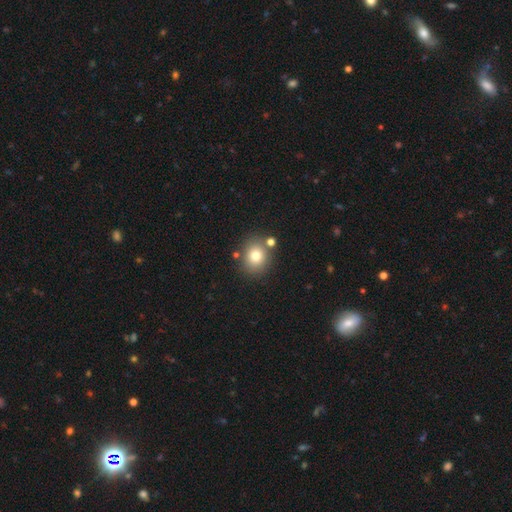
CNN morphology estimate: smooth-or-featured: smooth: 78% | star or artifact: 12% | featured or disk: 10%
  how-rounded: round: 74% | in between: 25% | cigar-shaped: 1%
  merging: none: 78% | minor disturbance: 10% | merger: 9% | major disturbance: 3%